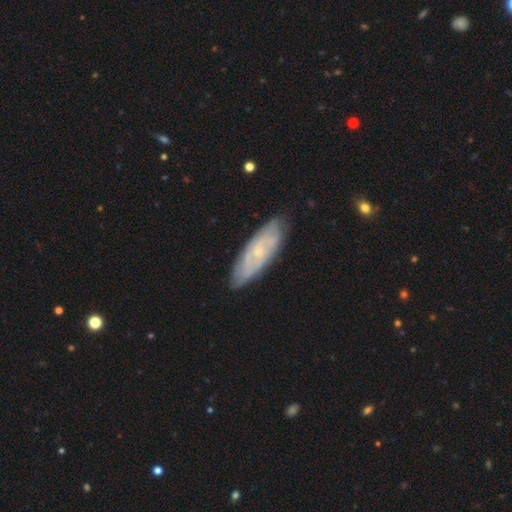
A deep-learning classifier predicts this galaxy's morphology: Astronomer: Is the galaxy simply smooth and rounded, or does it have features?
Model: featured or disk — 59%.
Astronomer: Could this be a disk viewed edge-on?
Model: no — 76%.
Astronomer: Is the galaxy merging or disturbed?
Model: none — 84%.